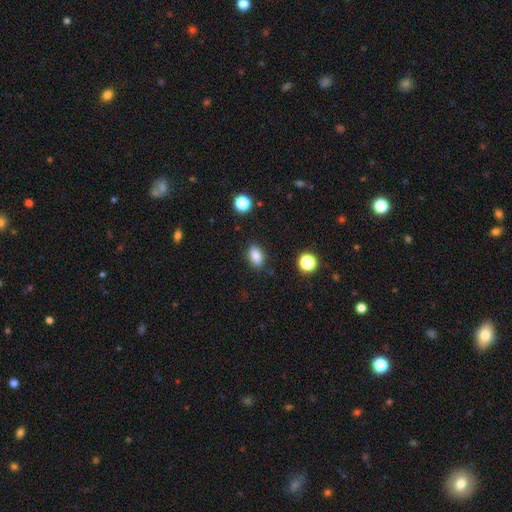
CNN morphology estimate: A smooth galaxy with no disk features (83%) that is in between round and cigar-shaped (83%).

Vote fractions:
- Smooth or featured? smooth: 83% / star or artifact: 10% / featured or disk: 7%
- How rounded? in between: 83% / round: 12% / cigar-shaped: 5%
- Merging? none: 85% / minor disturbance: 11% / major disturbance: 3% / merger: 2%